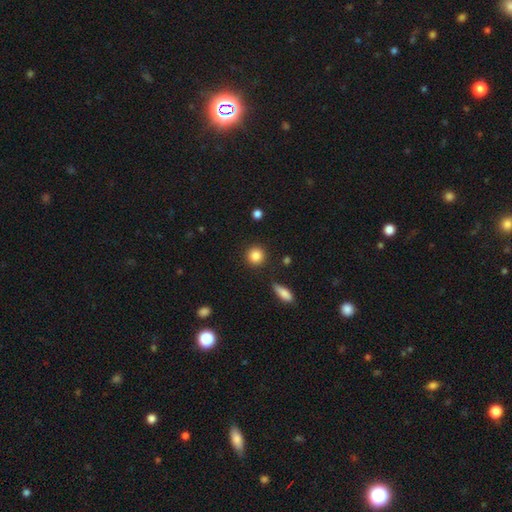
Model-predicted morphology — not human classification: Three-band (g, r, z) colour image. It shows a smooth galaxy with no disk features (86%) that is round (91%). Merging: none (89%).